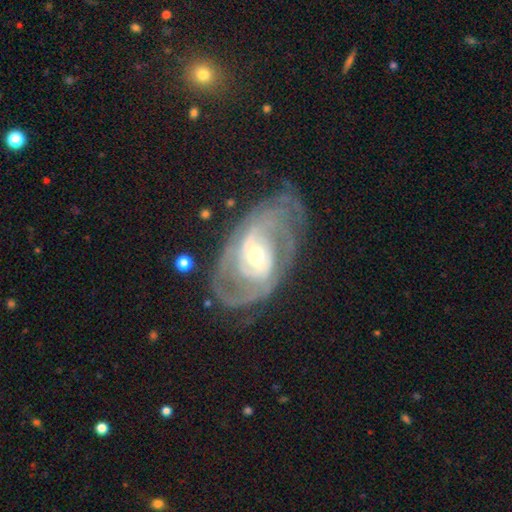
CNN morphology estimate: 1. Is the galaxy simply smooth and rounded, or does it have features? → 86% featured or disk, 9% smooth, 5% star or artifact.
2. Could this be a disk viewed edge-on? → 95% no, 5% yes.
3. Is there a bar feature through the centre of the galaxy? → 44% no, 38% weak, 18% strong.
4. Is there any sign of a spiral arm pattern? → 90% yes, 10% no.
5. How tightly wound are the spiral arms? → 54% tight, 33% medium, 12% loose.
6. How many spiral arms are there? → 45% 2, 29% can't tell, 12% 3, 5% 4, 5% 1, 4% more than 4.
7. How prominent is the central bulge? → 59% moderate, 34% small, 5% large, 1% dominant, 1% none.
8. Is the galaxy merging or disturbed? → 66% none, 19% minor disturbance, 13% major disturbance, 2% merger.